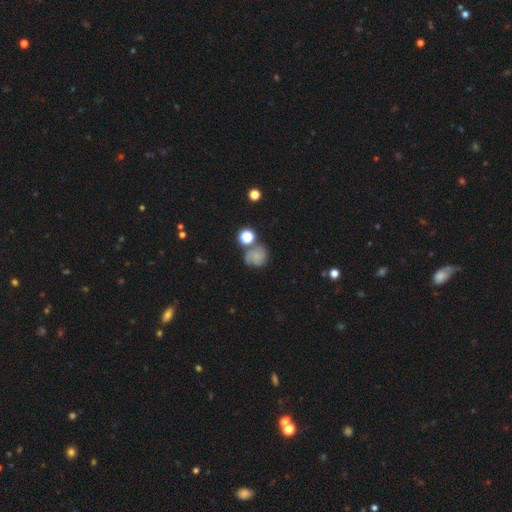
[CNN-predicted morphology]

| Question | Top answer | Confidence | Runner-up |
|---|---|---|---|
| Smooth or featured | smooth | 50% | featured or disk (35%) |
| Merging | none | 55% | minor disturbance (20%) |